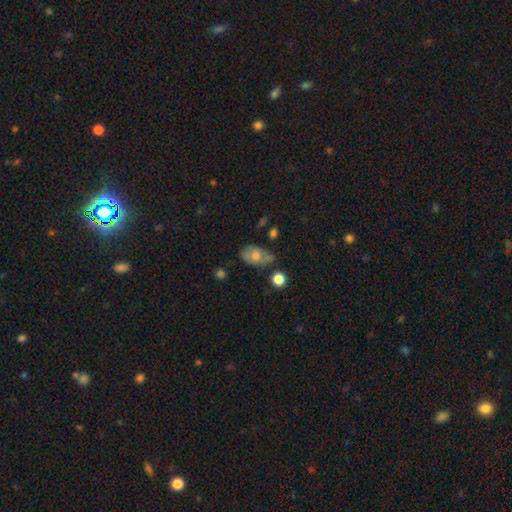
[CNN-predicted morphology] smooth-or-featured: smooth: 62% | featured or disk: 28% | star or artifact: 10%
  how-rounded: in between: 83% | round: 16% | cigar-shaped: 2%
  merging: none: 48% | minor disturbance: 32% | major disturbance: 11% | merger: 9%